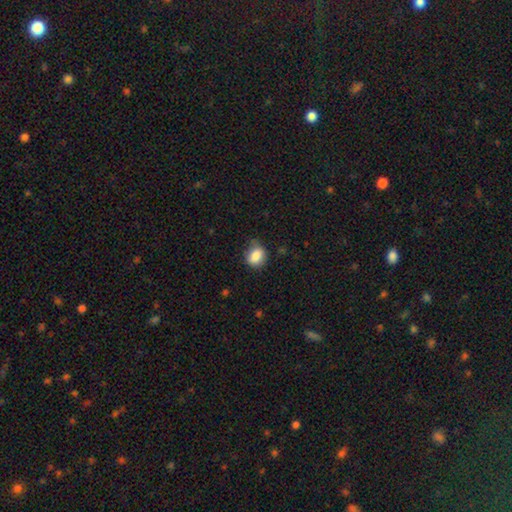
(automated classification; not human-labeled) smooth-or-featured: smooth: 85% | star or artifact: 9% | featured or disk: 7%
  how-rounded: round: 53% | in between: 46% | cigar-shaped: 1%
  merging: none: 68% | minor disturbance: 25% | major disturbance: 6% | merger: 2%